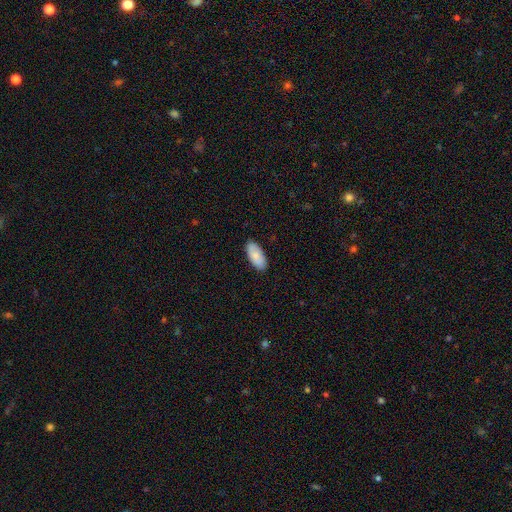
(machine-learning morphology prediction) Smooth or featured? smooth (82%)
How rounded? in between (91%)
Merging? none (88%)